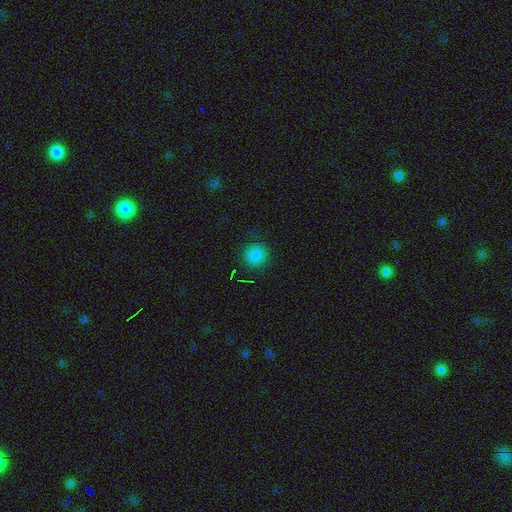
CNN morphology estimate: A smooth galaxy with no disk features (83%) that is round (93%). Merging: none (89%).